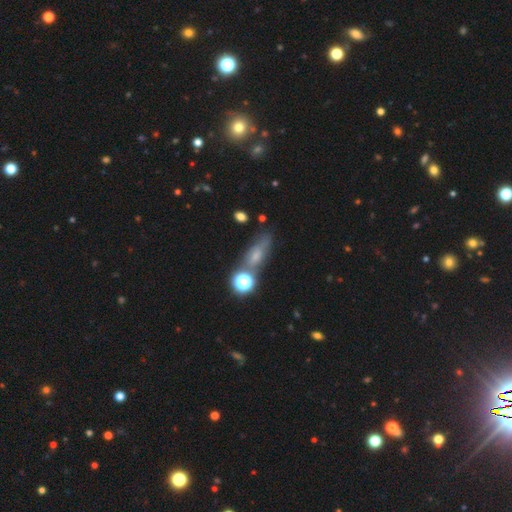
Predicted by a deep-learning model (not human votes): A smooth galaxy with no disk features (52%) that is in between round and cigar-shaped (53%). Merging: none (53%).